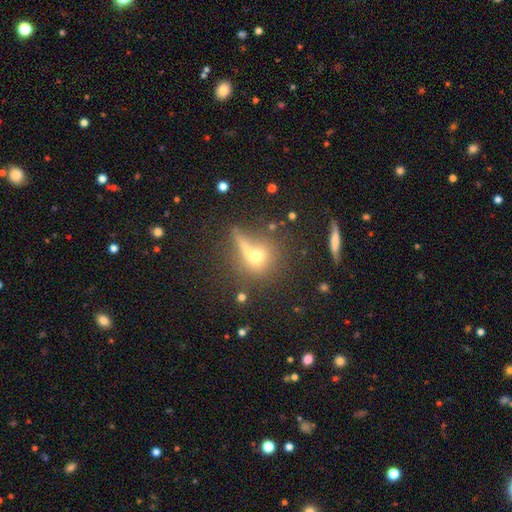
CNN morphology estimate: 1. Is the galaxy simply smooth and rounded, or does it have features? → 56% smooth, 24% featured or disk, 20% star or artifact.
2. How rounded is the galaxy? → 77% round, 17% in between, 7% cigar-shaped.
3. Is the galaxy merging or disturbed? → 52% none, 22% merger, 13% minor disturbance, 13% major disturbance.